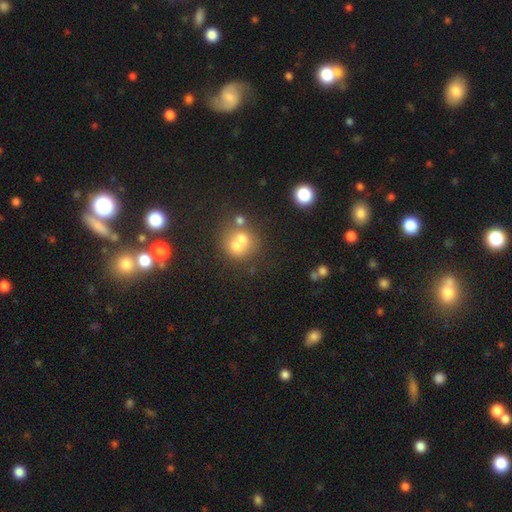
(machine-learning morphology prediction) smooth 46%, star or artifact 45%, featured or disk 10%. Down the decision tree: merging — none (68%).